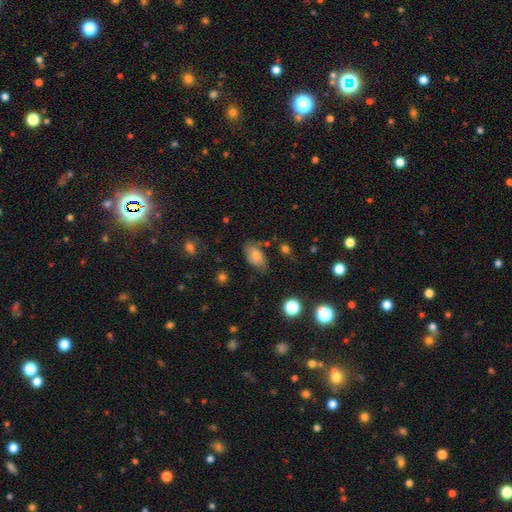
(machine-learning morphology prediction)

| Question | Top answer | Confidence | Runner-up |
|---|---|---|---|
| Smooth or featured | smooth | 73% | featured or disk (17%) |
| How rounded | in between | 91% | round (6%) |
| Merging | none | 55% | minor disturbance (31%) |